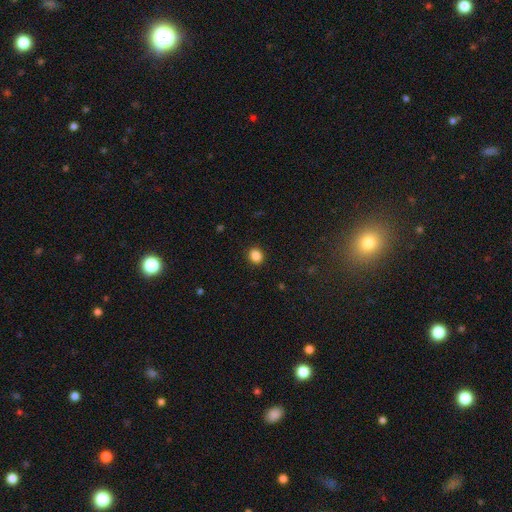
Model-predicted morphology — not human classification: This is clearly a smooth galaxy (87%). How rounded: likely round (66%). Merging: clearly none (90%).